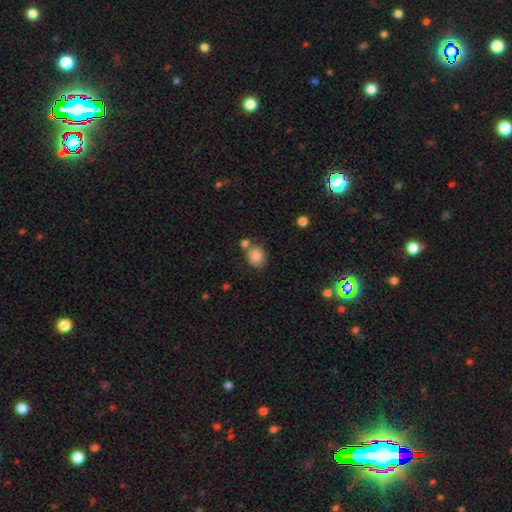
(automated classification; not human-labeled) A smooth galaxy with no disk features (85%) that is round (67%).

Vote fractions:
- Smooth or featured? smooth: 85% / star or artifact: 9% / featured or disk: 6%
- How rounded? round: 67% / in between: 32% / cigar-shaped: 1%
- Merging? none: 64% / merger: 20% / minor disturbance: 13% / major disturbance: 4%